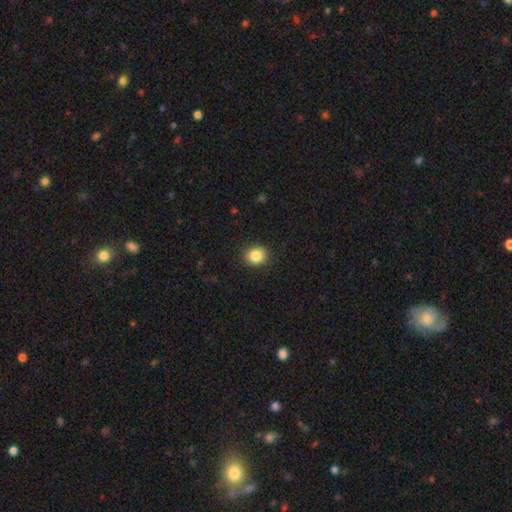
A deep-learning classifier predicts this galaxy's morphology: This is clearly a smooth galaxy (85%). How rounded: likely round (74%). Merging: clearly none (90%).